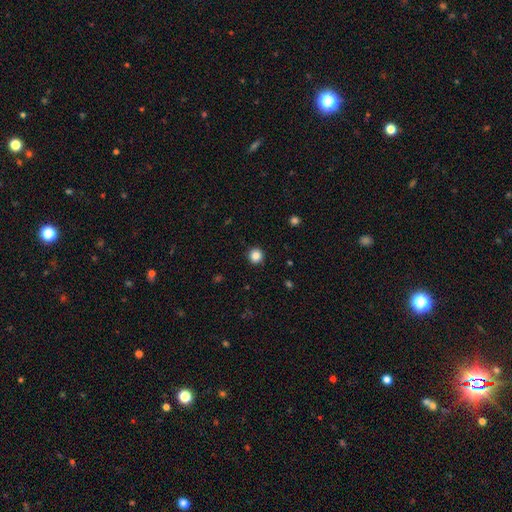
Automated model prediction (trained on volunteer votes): smooth 85%, star or artifact 11%, featured or disk 4%. Down the decision tree: how rounded — round (95%); merging — none (92%).